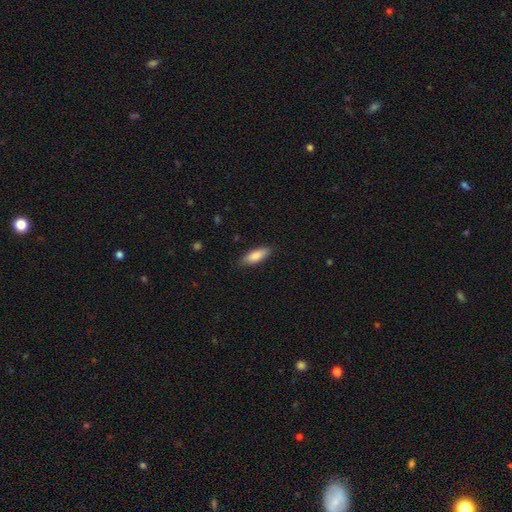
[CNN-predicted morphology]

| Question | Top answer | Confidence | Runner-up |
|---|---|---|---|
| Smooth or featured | smooth | 83% | featured or disk (12%) |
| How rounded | in between | 62% | cigar-shaped (36%) |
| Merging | none | 85% | minor disturbance (12%) |